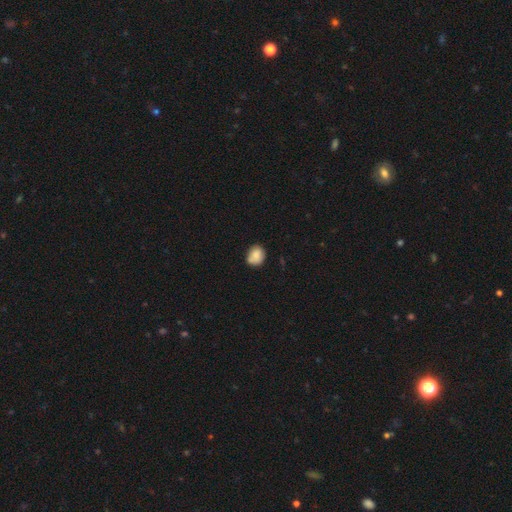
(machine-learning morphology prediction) smooth_or_featured: smooth (p=0.83) [alt: featured or disk p=0.09]
how_rounded: round (p=0.57) [alt: in between p=0.42]
merging: none (p=0.62) [alt: minor disturbance p=0.26]